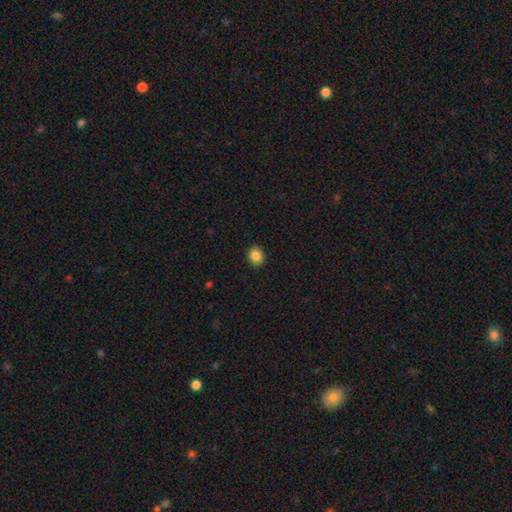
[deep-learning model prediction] This is clearly a smooth galaxy (87%). How rounded: likely round (66%). Merging: clearly none (91%).